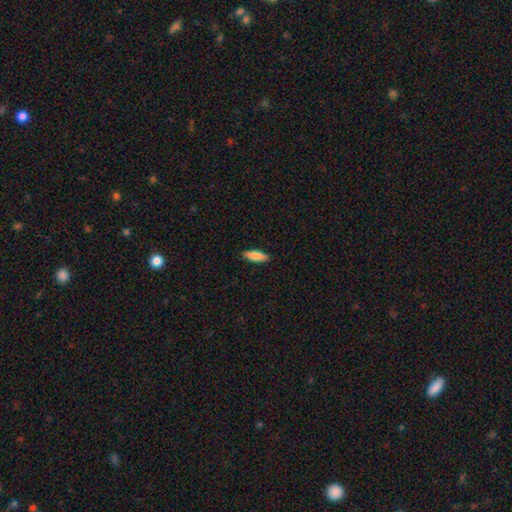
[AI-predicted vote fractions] smooth 86%, featured or disk 8%, star or artifact 6%. Down the decision tree: how rounded — in between (60%); merging — none (89%).